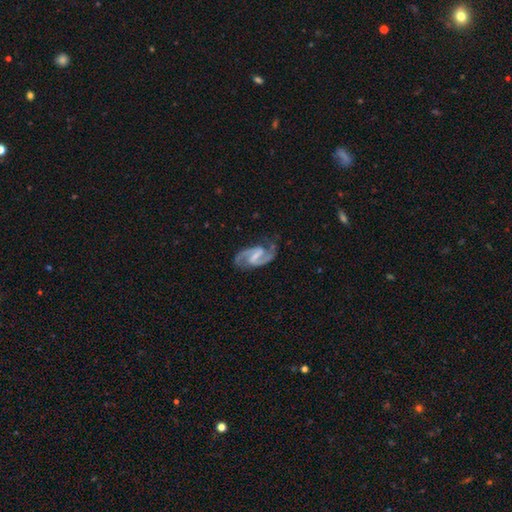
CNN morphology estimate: Smooth or featured?
  - featured or disk: 92% *
  - star or artifact: 4%
  - smooth: 4%
Edge-on disk?
  - no: 98% *
  - yes: 2%
Bar?
  - strong: 45% *
  - weak: 43%
  - no: 11%
Spiral arms?
  - yes: 98% *
  - no: 2%
Spiral winding?
  - medium: 62% *
  - loose: 19%
  - tight: 18%
Spiral arm count?
  - 2: 94% *
  - can't tell: 2%
  - 1: 1%
  - 3: 1%
  - 4: 1%
  - more than 4: 1%
Bulge size?
  - small: 44% *
  - none: 31%
  - moderate: 22%
  - large: 3%
  - dominant: 1%
Merging?
  - none: 80% *
  - minor disturbance: 14%
  - major disturbance: 5%
  - merger: 2%